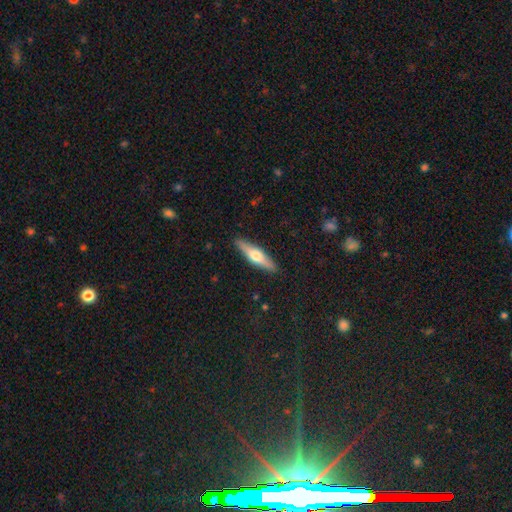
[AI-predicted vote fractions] This appears to be a featured or disk galaxy (49%). Merging: none (90%).